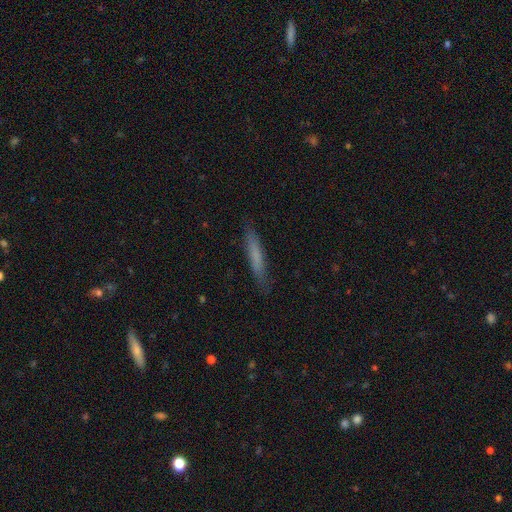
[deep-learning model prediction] This is likely a smooth galaxy (67%). How rounded: clearly cigar-shaped (94%). Merging: clearly none (86%).